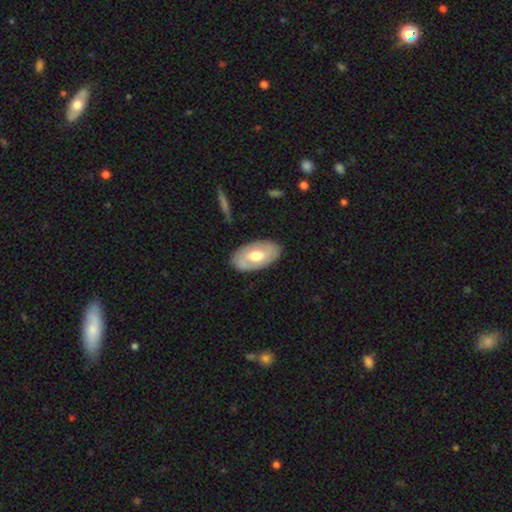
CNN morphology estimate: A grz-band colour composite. It shows a featured or disk galaxy (51%). Merging: none (83%).